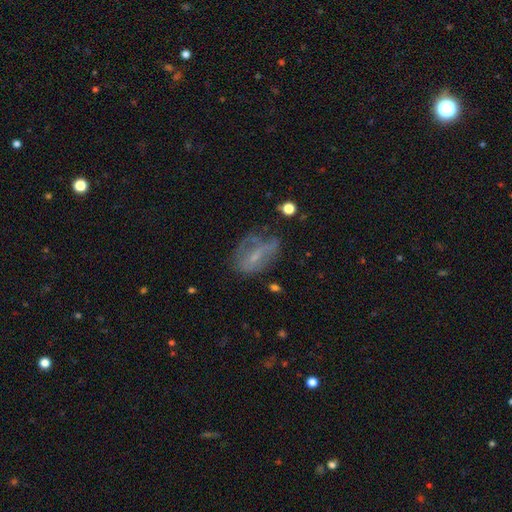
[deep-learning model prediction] featured or disk 49%, smooth 38%, star or artifact 13%. Down the decision tree: merging — none (42%).